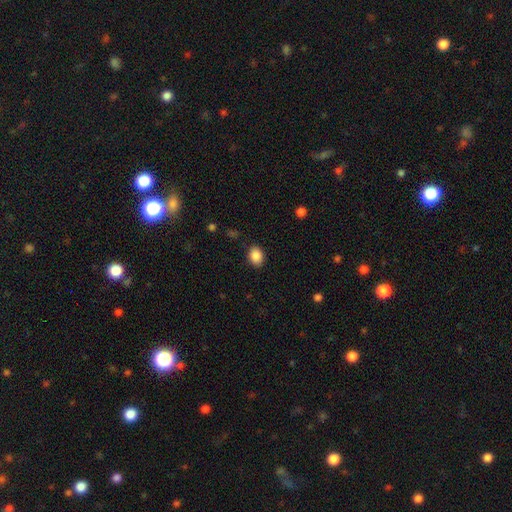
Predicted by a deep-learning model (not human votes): Overall: smooth (87%). How rounded: in between (68%; round 31%). Merging: none (86%).